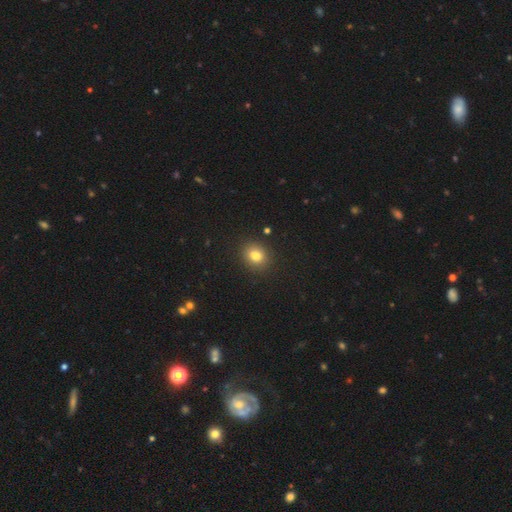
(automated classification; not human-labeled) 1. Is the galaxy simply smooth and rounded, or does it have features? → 80% smooth, 13% star or artifact, 7% featured or disk.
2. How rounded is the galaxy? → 65% round, 34% in between, 1% cigar-shaped.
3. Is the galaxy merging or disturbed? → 86% none, 9% minor disturbance, 3% merger, 2% major disturbance.